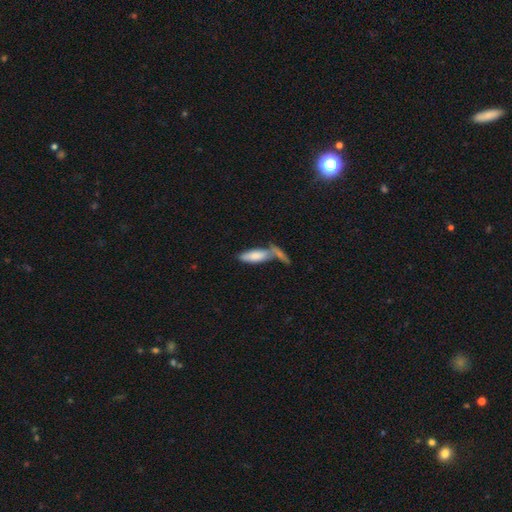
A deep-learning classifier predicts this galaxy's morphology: Smooth or featured? smooth (77%)
How rounded? in between (60%)
Merging? merger (45%)